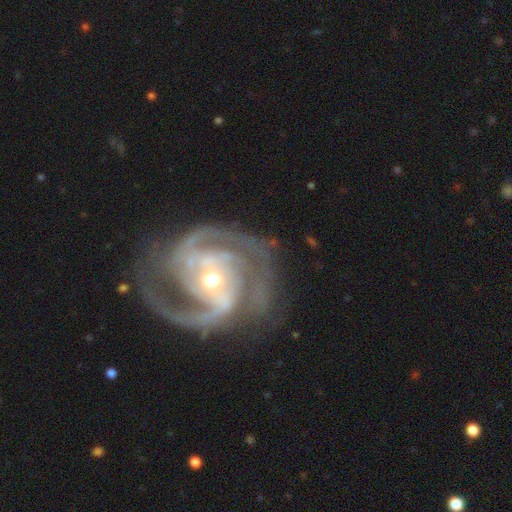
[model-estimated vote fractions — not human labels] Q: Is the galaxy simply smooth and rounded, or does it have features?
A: featured or disk — 91%.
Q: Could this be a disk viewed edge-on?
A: no — 98%.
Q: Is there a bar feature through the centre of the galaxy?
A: no — 44%.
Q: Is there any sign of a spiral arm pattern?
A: yes — 97%.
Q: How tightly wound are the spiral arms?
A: medium — 46%.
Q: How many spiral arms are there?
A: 2 — 49%.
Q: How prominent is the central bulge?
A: moderate — 52%.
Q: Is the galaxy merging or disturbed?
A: none — 66%.